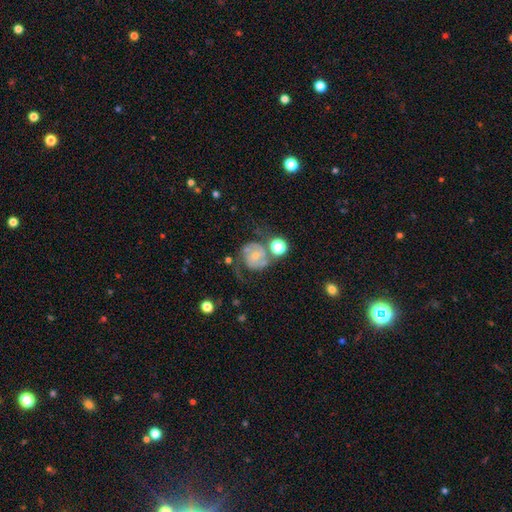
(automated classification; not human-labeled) Q: Smooth or featured?
A: featured or disk (80%); runner-up: smooth (12%)
Q: Edge-on disk?
A: no (98%); runner-up: yes (2%)
Q: Bar?
A: no (62%); runner-up: weak (31%)
Q: Spiral arms?
A: yes (96%); runner-up: no (4%)
Q: Spiral winding?
A: medium (51%); runner-up: tight (29%)
Q: Spiral arm count?
A: 2 (85%); runner-up: can't tell (6%)
Q: Bulge size?
A: small (63%); runner-up: moderate (28%)
Q: Merging?
A: none (49%); runner-up: minor disturbance (19%)